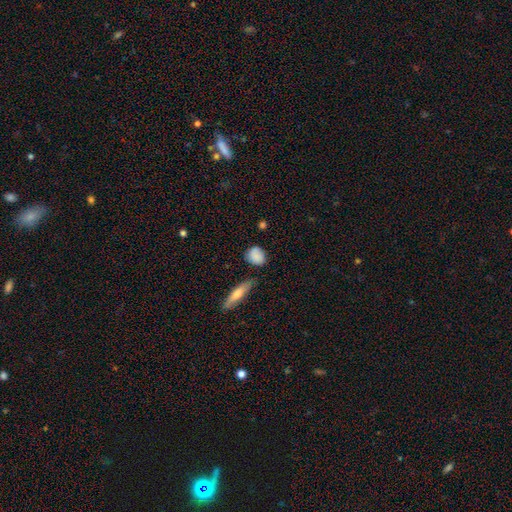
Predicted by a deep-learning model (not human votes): A smooth galaxy with no disk features (84%) that is round (57%).

Vote fractions:
- Smooth or featured? smooth: 84% / featured or disk: 9% / star or artifact: 8%
- How rounded? round: 57% / in between: 39% / cigar-shaped: 4%
- Merging? none: 71% / minor disturbance: 20% / major disturbance: 5% / merger: 4%